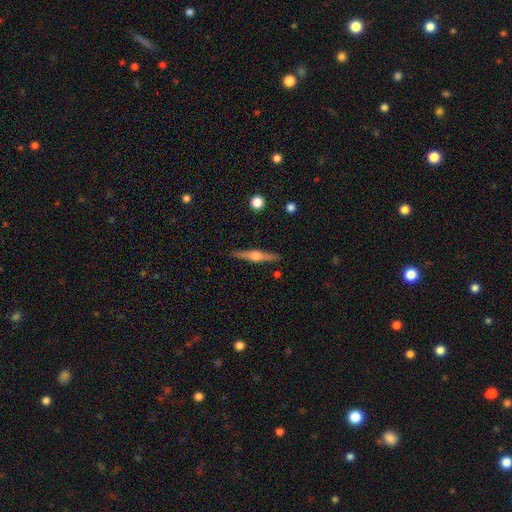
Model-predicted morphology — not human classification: Smooth or featured? featured or disk (71%)
Edge-on disk? yes (98%)
Edge-on bulge? rounded (86%)
Merging? none (89%)